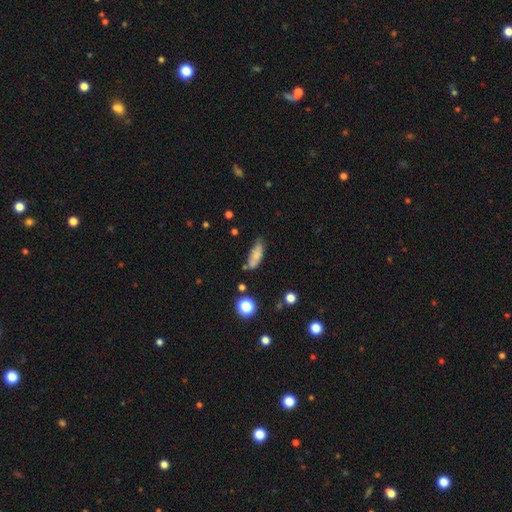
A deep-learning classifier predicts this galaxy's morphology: Overall: smooth (73%). How rounded: in between (66%; cigar-shaped 30%). Merging: none (63%; minor disturbance 25%).